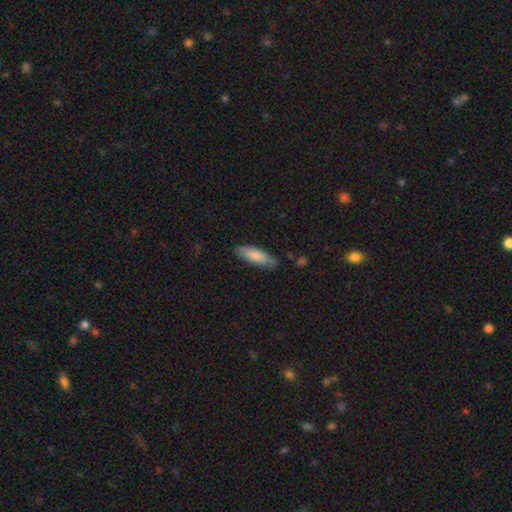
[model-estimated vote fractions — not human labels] smooth-or-featured: smooth: 79% | featured or disk: 16% | star or artifact: 5%
  how-rounded: cigar-shaped: 52% | in between: 46% | round: 2%
  merging: none: 81% | minor disturbance: 15% | major disturbance: 3% | merger: 2%